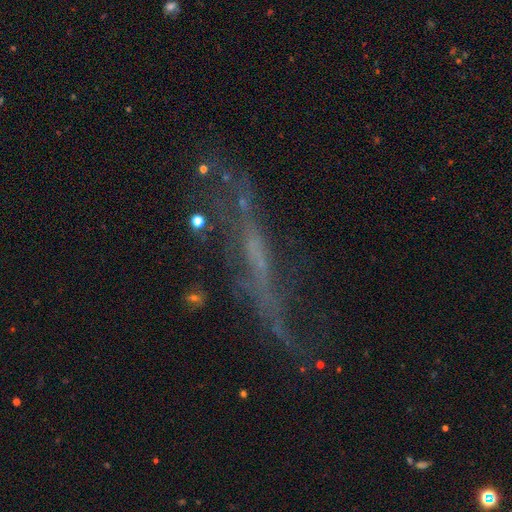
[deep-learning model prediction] Smooth or featured: featured or disk — 67% (star or artifact — 17%)
Edge-on disk: no — 51% (yes — 49%)
Merging: none — 57% (minor disturbance — 20%)